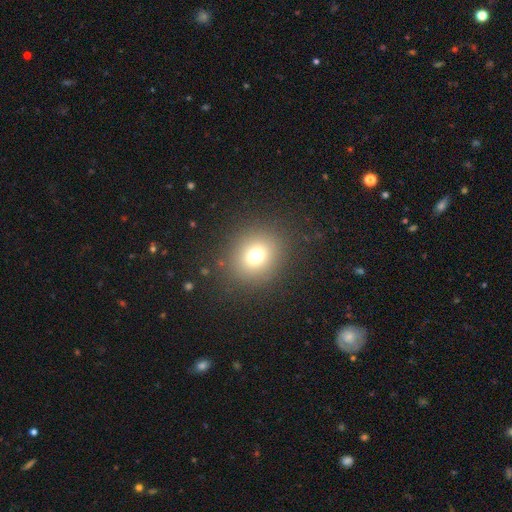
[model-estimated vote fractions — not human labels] smooth 70%, star or artifact 19%, featured or disk 11%. Down the decision tree: how rounded — round (81%); merging — none (87%).